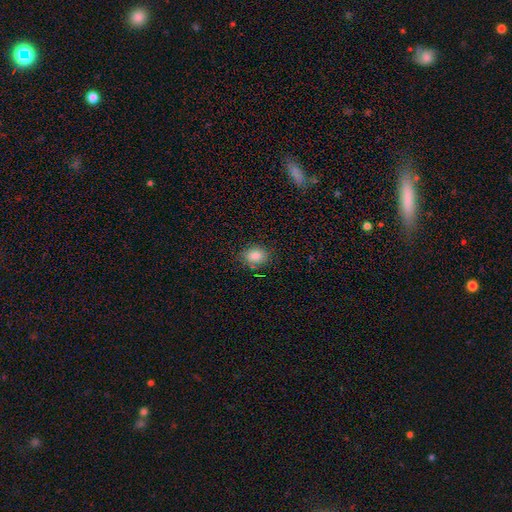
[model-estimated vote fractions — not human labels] A smooth galaxy with no disk features (85%) that is in between round and cigar-shaped (53%). Merging: none (83%).